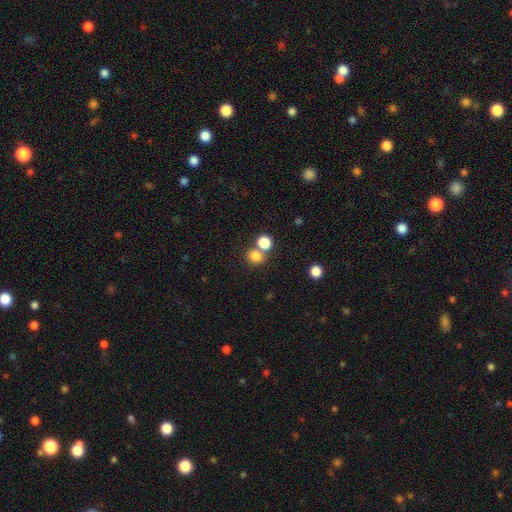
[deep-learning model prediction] A smooth galaxy with no disk features (80%) that is round (77%).

Vote fractions:
- Smooth or featured? smooth: 80% / star or artifact: 13% / featured or disk: 6%
- How rounded? round: 77% / in between: 22% / cigar-shaped: 1%
- Merging? none: 54% / merger: 36% / minor disturbance: 7% / major disturbance: 3%